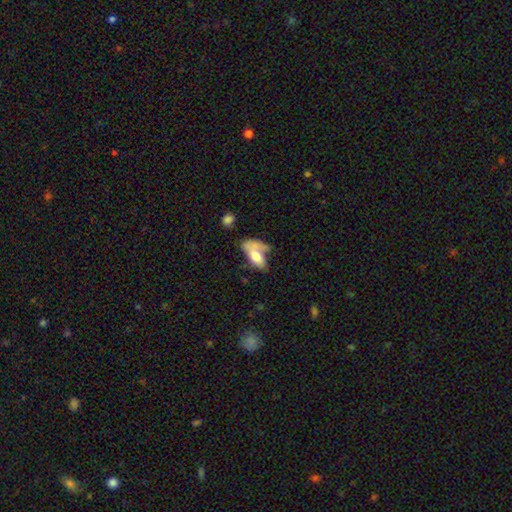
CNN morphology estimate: Smooth or featured: smooth — 66% (featured or disk — 26%)
How rounded: in between — 86% (cigar-shaped — 10%)
Merging: none — 28% (major disturbance — 26%)